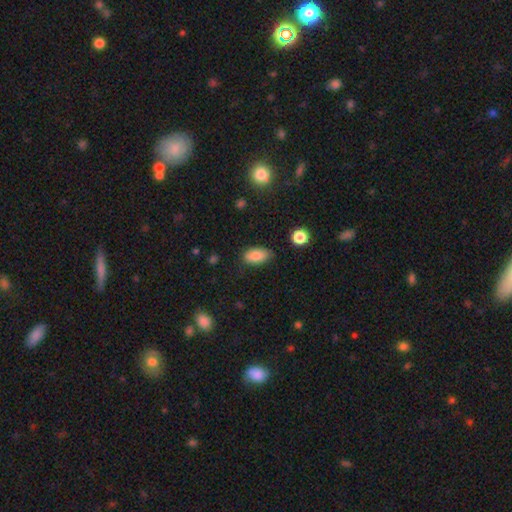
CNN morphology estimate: Smooth or featured? smooth (84%)
How rounded? in between (91%)
Merging? none (76%)